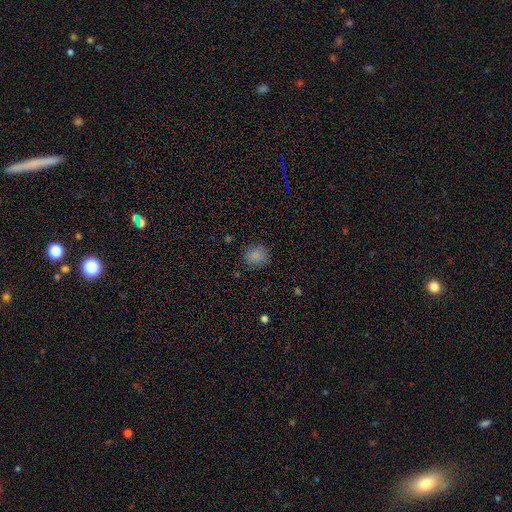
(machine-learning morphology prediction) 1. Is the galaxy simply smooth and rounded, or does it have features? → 84% smooth, 11% star or artifact, 4% featured or disk.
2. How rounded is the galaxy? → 83% round, 16% in between, 1% cigar-shaped.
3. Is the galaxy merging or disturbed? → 85% none, 11% minor disturbance, 3% major disturbance, 1% merger.